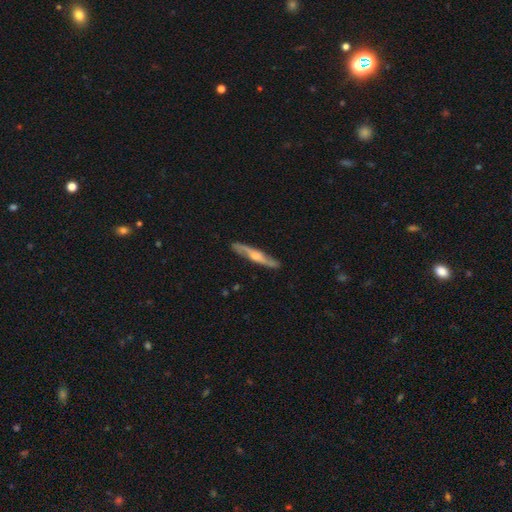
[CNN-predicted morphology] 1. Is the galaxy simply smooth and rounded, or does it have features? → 71% featured or disk, 24% smooth, 5% star or artifact.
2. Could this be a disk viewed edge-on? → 74% yes, 26% no.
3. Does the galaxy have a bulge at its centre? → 83% rounded, 11% none, 6% boxy.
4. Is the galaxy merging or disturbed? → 86% none, 10% minor disturbance, 2% major disturbance, 1% merger.